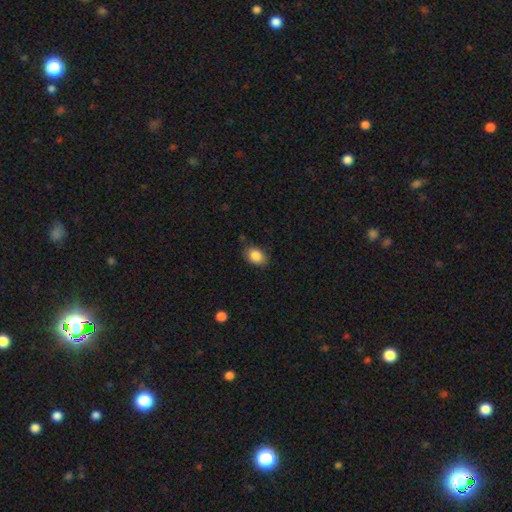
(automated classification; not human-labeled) Overall: smooth (87%). How rounded: in between (75%). Merging: none (80%).